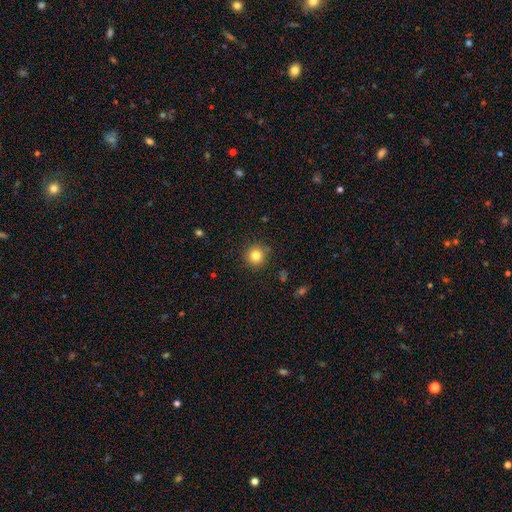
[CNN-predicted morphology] Smooth or featured?
  - smooth: 82% *
  - star or artifact: 11%
  - featured or disk: 7%
How rounded?
  - round: 94% *
  - in between: 5%
  - cigar-shaped: 1%
Merging?
  - none: 88% *
  - minor disturbance: 8%
  - major disturbance: 2%
  - merger: 1%